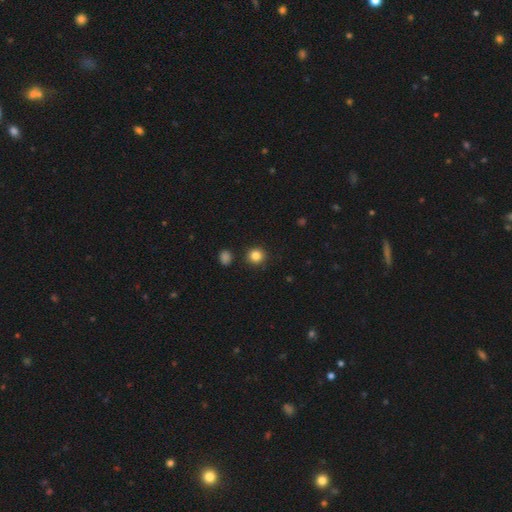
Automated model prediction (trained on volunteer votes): Smooth or featured? smooth (84%)
How rounded? round (91%)
Merging? none (90%)